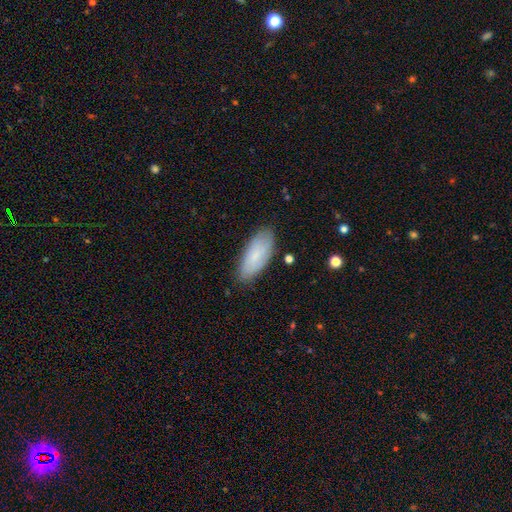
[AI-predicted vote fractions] This appears to be a smooth galaxy with no disk features (78%) that is in between round and cigar-shaped (85%). Merging: none (81%).